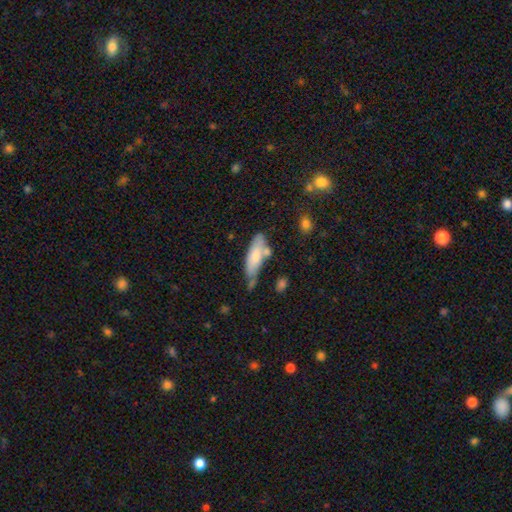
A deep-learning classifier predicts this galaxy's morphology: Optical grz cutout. It shows a smooth galaxy with no disk features (74%) that is in between round and cigar-shaped (57%). Merging: none (52%).